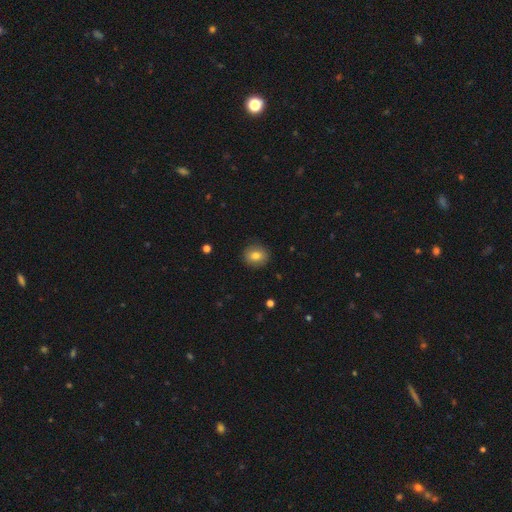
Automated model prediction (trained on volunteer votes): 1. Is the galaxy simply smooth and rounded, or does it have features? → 78% smooth, 12% featured or disk, 10% star or artifact.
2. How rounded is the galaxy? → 78% round, 21% in between, 1% cigar-shaped.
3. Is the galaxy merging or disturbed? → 88% none, 9% minor disturbance, 2% major disturbance, 1% merger.